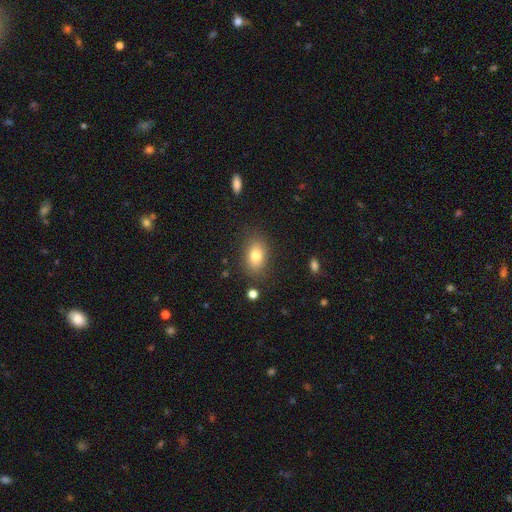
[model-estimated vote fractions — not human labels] Smooth or featured?
  - smooth: 80% *
  - featured or disk: 11%
  - star or artifact: 9%
How rounded?
  - in between: 83% *
  - round: 15%
  - cigar-shaped: 2%
Merging?
  - none: 82% *
  - minor disturbance: 12%
  - major disturbance: 4%
  - merger: 2%